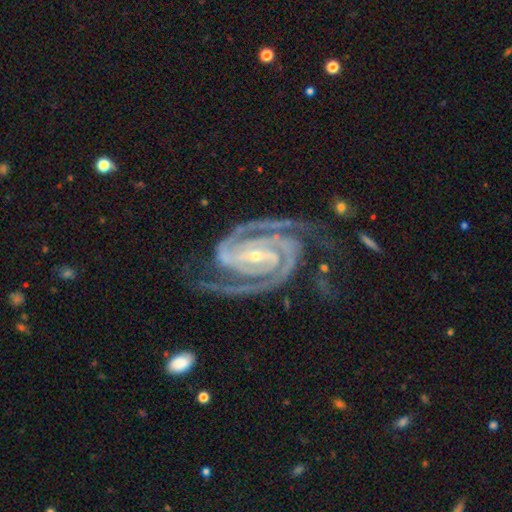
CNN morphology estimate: This is clearly a featured or disk galaxy (94%). It is clearly not viewed edge-on (98%). Bar: possibly strong (51%). Spiral arm pattern: clearly yes (99%). Spiral arm count: clearly 2 (84%). Spiral winding: likely tight (67%). Central bulge: likely small (73%). Merging: likely none (72%).